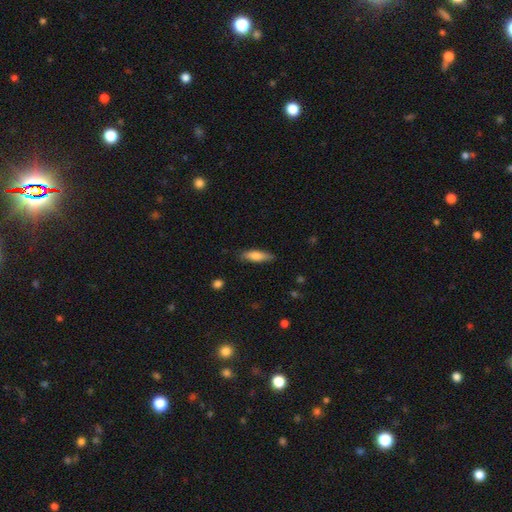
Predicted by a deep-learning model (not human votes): The model was most divided on "how rounded": cigar-shaped: 52%, in between: 46%, round: 2%. More confident: merging — none (82%); smooth or featured — smooth (77%).